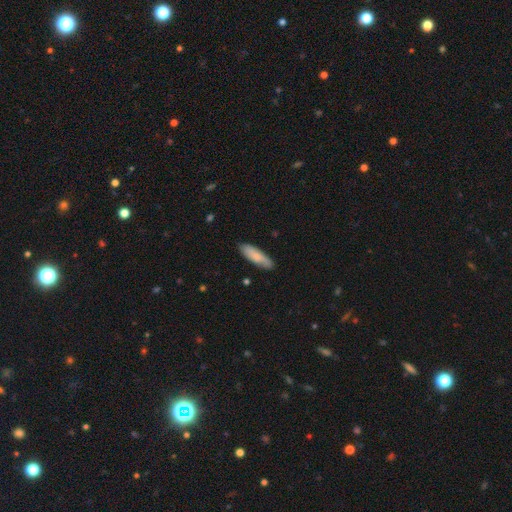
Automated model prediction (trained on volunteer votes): Smooth or featured? Predicted: smooth (p=0.78). How rounded? Predicted: cigar-shaped (p=0.57). Merging? Predicted: none (p=0.83).